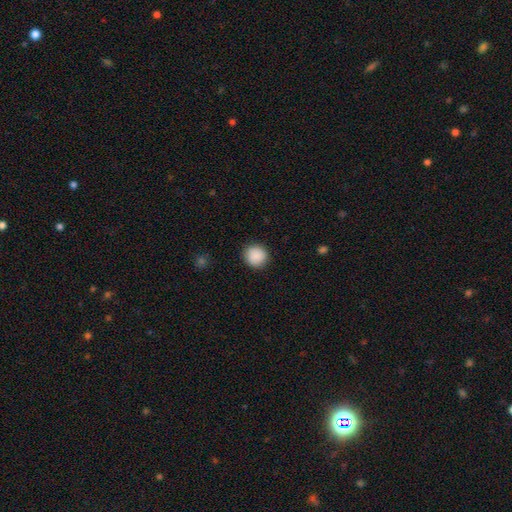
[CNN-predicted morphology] This is clearly a smooth galaxy (90%). How rounded: clearly round (92%). Merging: clearly none (91%).